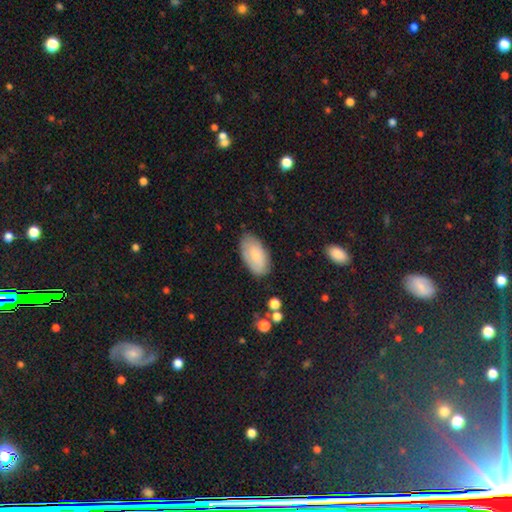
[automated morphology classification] This is likely a smooth galaxy (75%). How rounded: clearly in between (95%). Merging: likely none (78%).